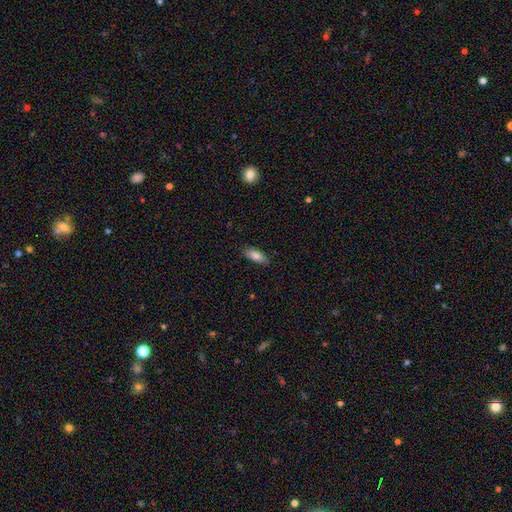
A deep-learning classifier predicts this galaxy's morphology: type=smooth (82%); roundness=in between (77%); merging=none (87%).